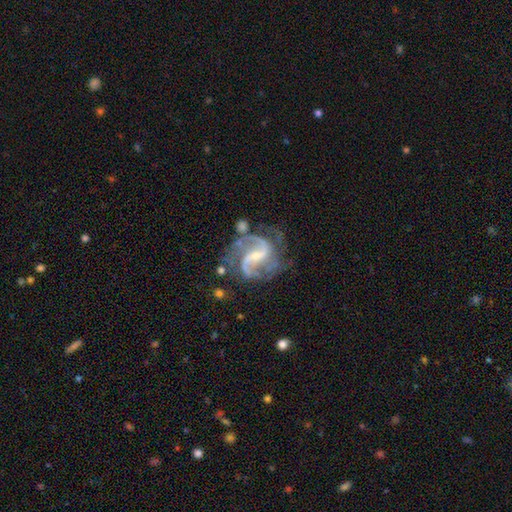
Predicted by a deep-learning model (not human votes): A featured or disk galaxy (91%) with a weak bar (49%), 2 (74%) medium (57%) spiral arms (98%) and a small central bulge (64%).

Vote fractions:
- Smooth or featured? featured or disk: 91% / star or artifact: 6% / smooth: 3%
- Edge-on disk? no: 98% / yes: 2%
- Bar? weak: 49% / strong: 34% / no: 17%
- Spiral arms? yes: 98% / no: 2%
- Spiral winding? medium: 57% / loose: 27% / tight: 17%
- Spiral arm count? 2: 74% / 3: 12% / can't tell: 5% / 4: 3% / 1: 3% / more than 4: 3%
- Bulge size? small: 64% / moderate: 24% / none: 9% / large: 2% / dominant: 1%
- Merging? none: 61% / minor disturbance: 20% / major disturbance: 13% / merger: 6%